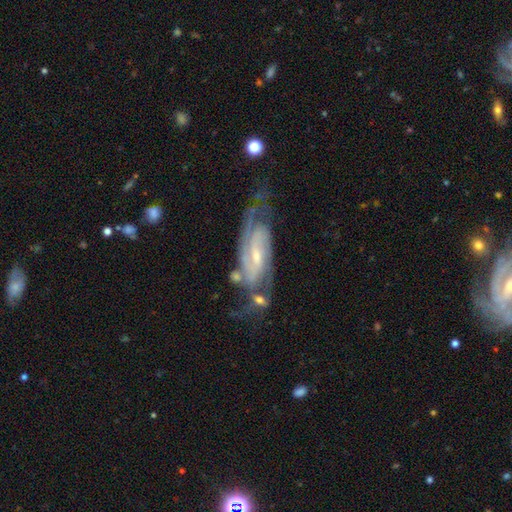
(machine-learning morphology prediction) This is clearly a featured or disk galaxy (88%). It is clearly not viewed edge-on (92%). Bar: possibly weak (46%). Spiral arm pattern: clearly yes (97%). Spiral arm count: likely 2 (71%). Spiral winding: possibly medium (45%). Central bulge: likely small (66%). Merging: likely none (63%).